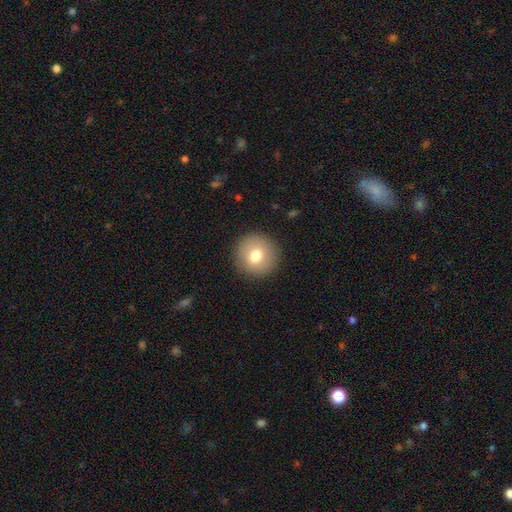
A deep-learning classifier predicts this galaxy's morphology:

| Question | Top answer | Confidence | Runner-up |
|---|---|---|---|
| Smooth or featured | smooth | 75% | featured or disk (16%) |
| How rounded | round | 93% | in between (6%) |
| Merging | none | 90% | minor disturbance (6%) |